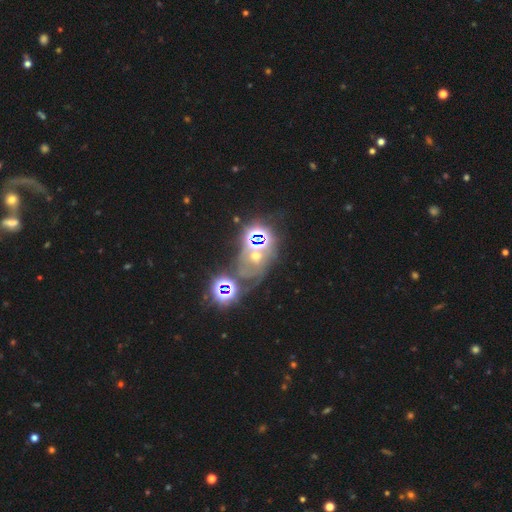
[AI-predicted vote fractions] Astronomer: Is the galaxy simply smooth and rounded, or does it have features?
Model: star or artifact — 57%.